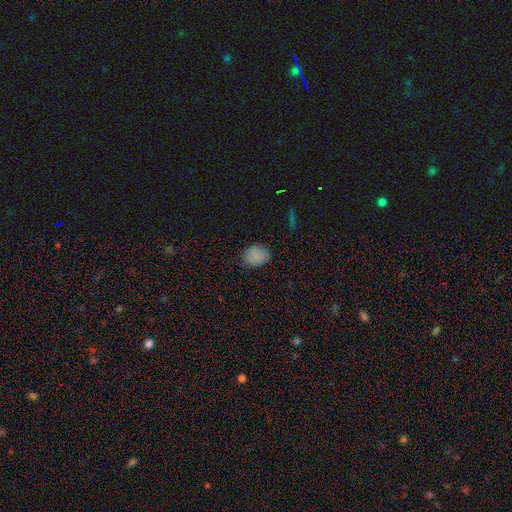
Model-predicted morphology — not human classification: A smooth galaxy with no disk features (84%) that is round (56%). Merging: none (82%).